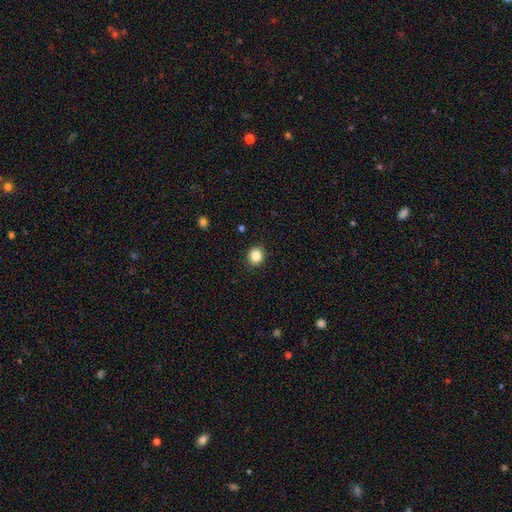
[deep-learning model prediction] smooth-or-featured: smooth: 85% | star or artifact: 11% | featured or disk: 5%
  how-rounded: round: 83% | in between: 16% | cigar-shaped: 1%
  merging: none: 91% | minor disturbance: 6% | major disturbance: 2% | merger: 1%